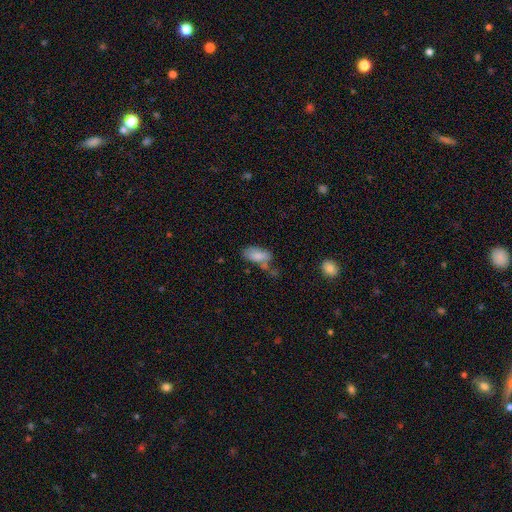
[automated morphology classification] Overall: smooth (80%). How rounded: in between (90%). Merging: none (48%; minor disturbance 25%).